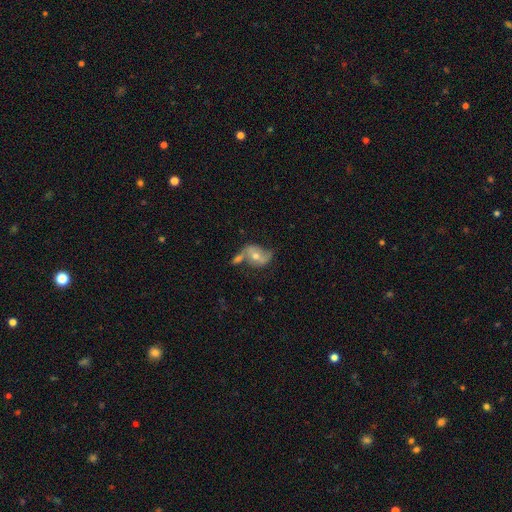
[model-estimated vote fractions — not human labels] Smooth or featured? Predicted: featured or disk (p=0.61). Edge-on disk? Predicted: no (p=0.95). Bar? Predicted: no (p=0.54). Spiral arms? Predicted: yes (p=0.76). Bulge size? Predicted: moderate (p=0.66). Merging? Predicted: none (p=0.39).